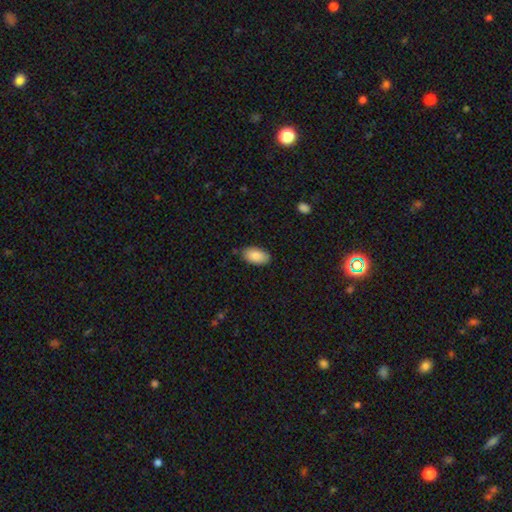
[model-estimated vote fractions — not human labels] Smooth or featured? Predicted: smooth (p=0.86). How rounded? Predicted: in between (p=0.95). Merging? Predicted: none (p=0.84).